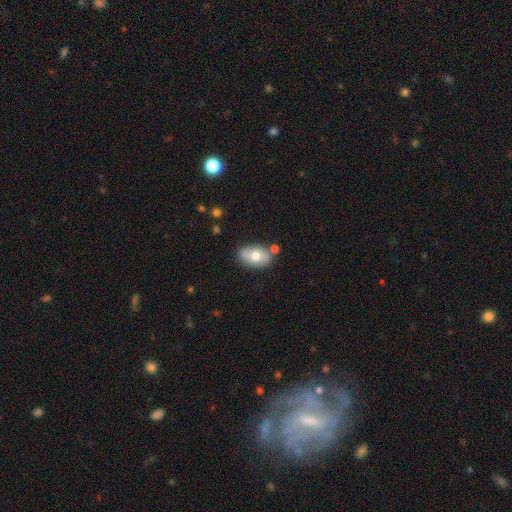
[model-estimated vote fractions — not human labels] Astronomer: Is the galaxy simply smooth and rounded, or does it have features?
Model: smooth — 64%.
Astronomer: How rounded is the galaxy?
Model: in between — 89%.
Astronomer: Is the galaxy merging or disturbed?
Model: none — 73%.